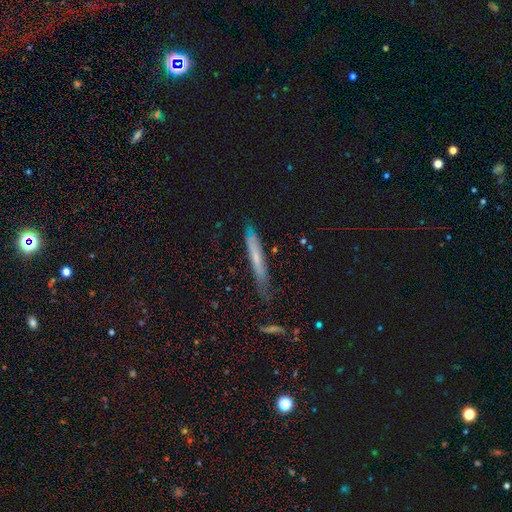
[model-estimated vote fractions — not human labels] Smooth or featured? featured or disk (49%)
Merging? none (71%)